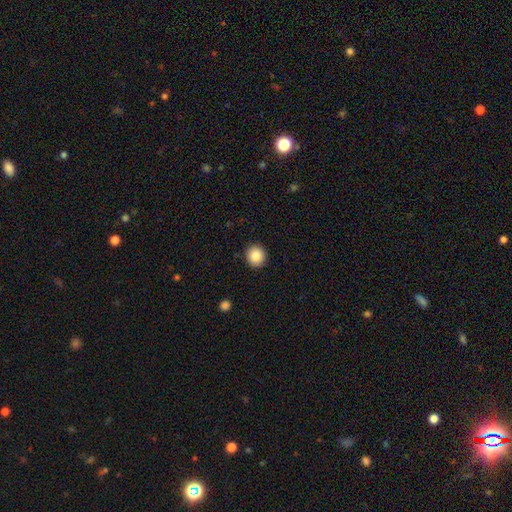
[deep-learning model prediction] Smooth or featured? Predicted: smooth (p=0.86). How rounded? Predicted: round (p=0.90). Merging? Predicted: none (p=0.91).